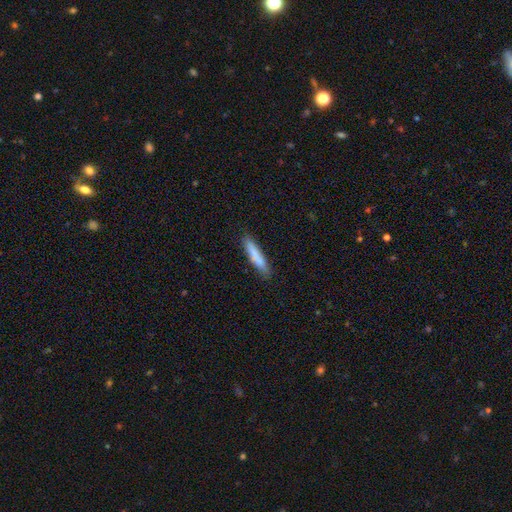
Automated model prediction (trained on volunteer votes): Smooth or featured: smooth — 79% (featured or disk — 15%)
How rounded: cigar-shaped — 89% (in between — 10%)
Merging: none — 85% (minor disturbance — 12%)